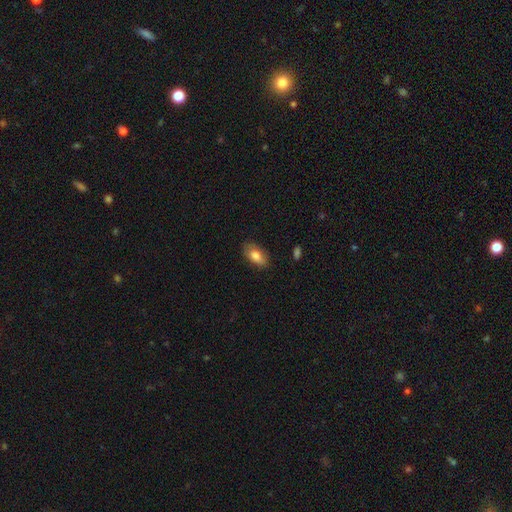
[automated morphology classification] smooth 80%, featured or disk 14%, star or artifact 7%. Down the decision tree: how rounded — in between (91%); merging — none (79%).